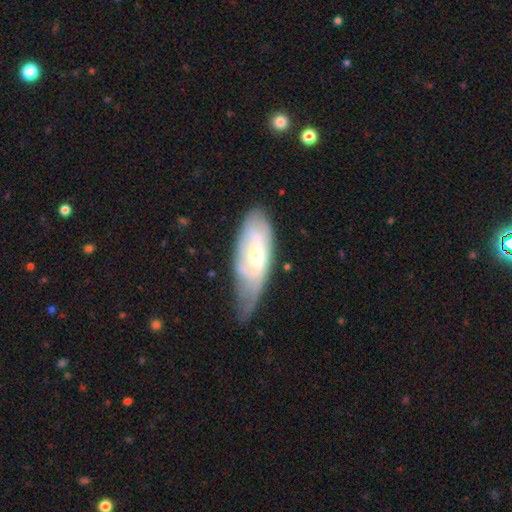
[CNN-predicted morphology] smooth_or_featured: featured or disk (p=0.60) [alt: smooth p=0.34]
disk_edge_on: no (p=0.86) [alt: yes p=0.14]
bar: no (p=0.54) [alt: weak p=0.36]
has_spiral_arms: yes (p=0.75) [alt: no p=0.25]
bulge_size: moderate (p=0.53) [alt: small p=0.39]
merging: minor disturbance (p=0.42) [alt: none p=0.37]